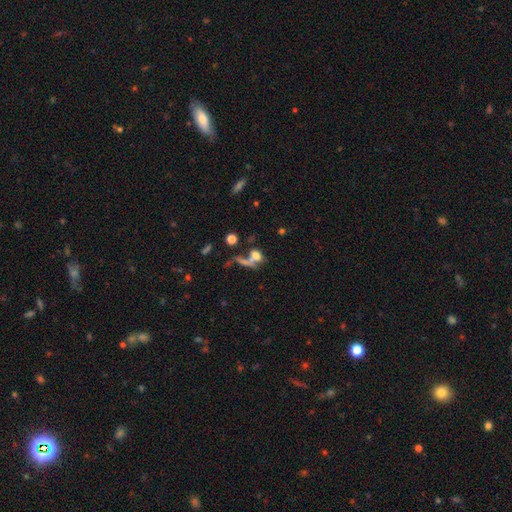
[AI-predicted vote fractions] Q: Smooth or featured?
A: smooth (64%); runner-up: featured or disk (21%)
Q: How rounded?
A: in between (55%); runner-up: round (32%)
Q: Merging?
A: merger (41%); runner-up: none (35%)